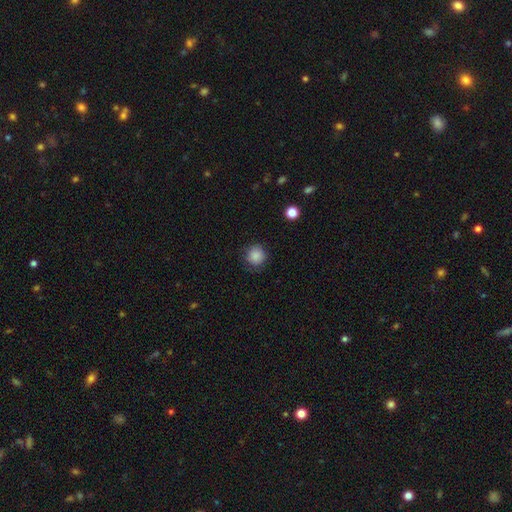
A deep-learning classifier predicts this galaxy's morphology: This appears to be a smooth galaxy with no disk features (87%) that is round (93%). Merging: none (83%).